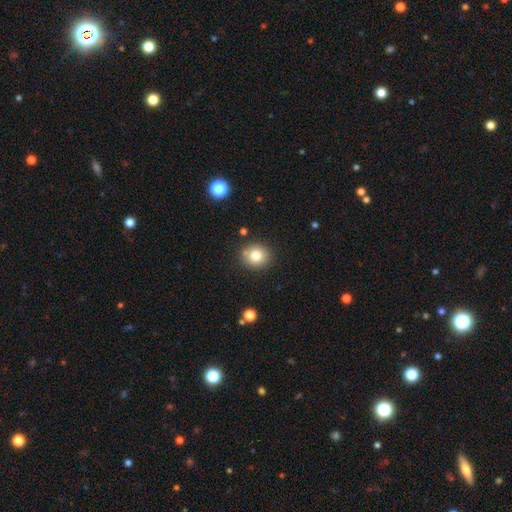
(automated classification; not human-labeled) Smooth or featured: smooth — 79% (star or artifact — 11%)
How rounded: round — 79% (in between — 20%)
Merging: none — 83% (minor disturbance — 10%)